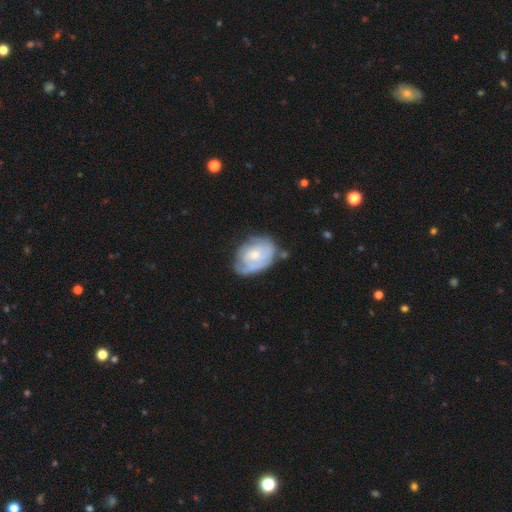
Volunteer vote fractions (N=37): Q: Smooth or featured?
A: featured or disk (68%); runner-up: smooth (30%)
Q: Edge-on disk?
A: no (100%)
Q: Bar?
A: no (68%); runner-up: weak (24%)
Q: Spiral arms?
A: yes (84%); runner-up: no (16%)
Q: Spiral winding?
A: tight (71%); runner-up: medium (24%)
Q: Spiral arm count?
A: can't tell (43%); runner-up: 2 (38%)
Q: Bulge size?
A: small (56%); runner-up: moderate (40%)
Q: Merging?
A: none (47%); runner-up: minor disturbance (44%)